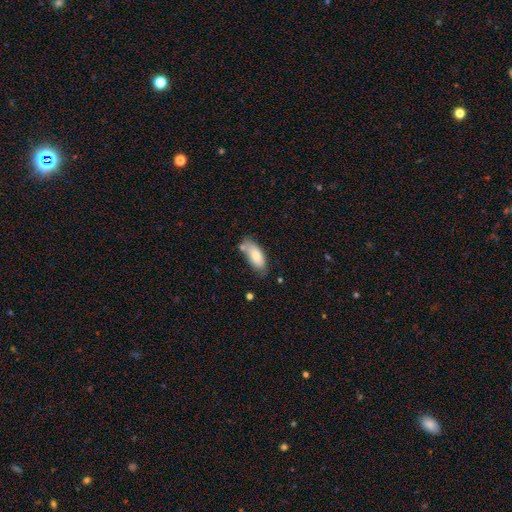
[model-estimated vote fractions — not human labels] A smooth galaxy with no disk features (76%) that is in between round and cigar-shaped (85%). Merging: none (60%).